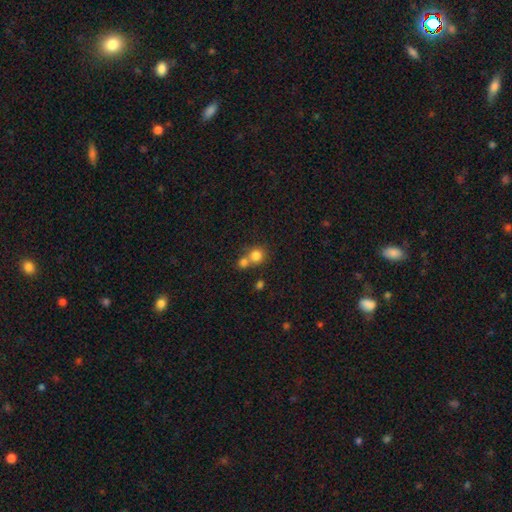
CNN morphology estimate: A smooth galaxy with no disk features (80%) that is round (87%). Merging: none (46%).